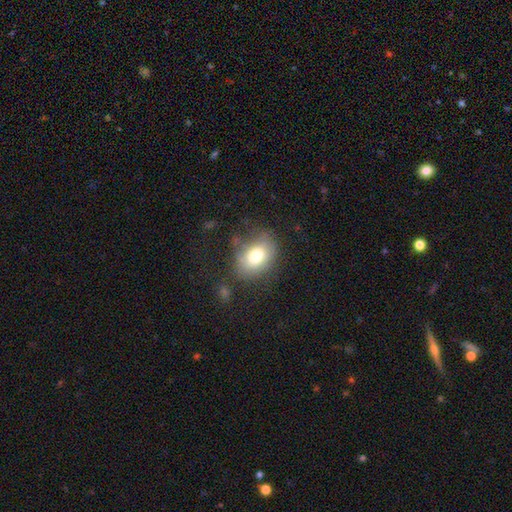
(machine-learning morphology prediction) Q: Smooth or featured?
A: smooth (74%); runner-up: featured or disk (17%)
Q: How rounded?
A: in between (70%); runner-up: round (29%)
Q: Merging?
A: none (64%); runner-up: minor disturbance (22%)